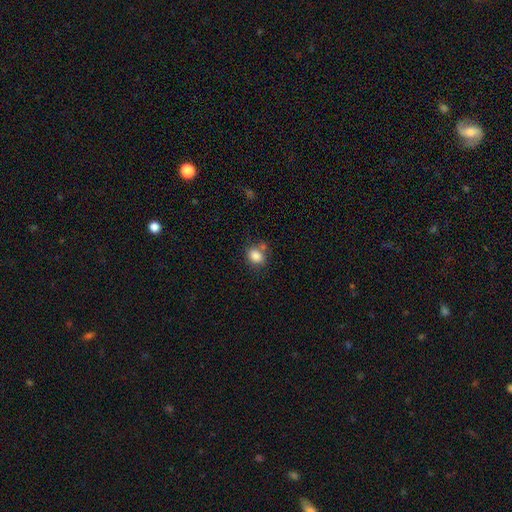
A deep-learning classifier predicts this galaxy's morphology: smooth-or-featured: smooth: 84% | star or artifact: 10% | featured or disk: 6%
  how-rounded: in between: 58% | round: 41% | cigar-shaped: 1%
  merging: none: 62% | minor disturbance: 17% | merger: 16% | major disturbance: 5%